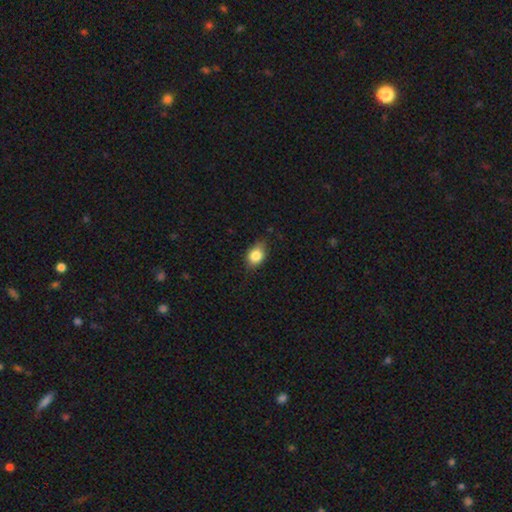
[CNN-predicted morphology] Smooth or featured? Predicted: smooth (p=0.82). How rounded? Predicted: in between (p=0.73). Merging? Predicted: none (p=0.75).